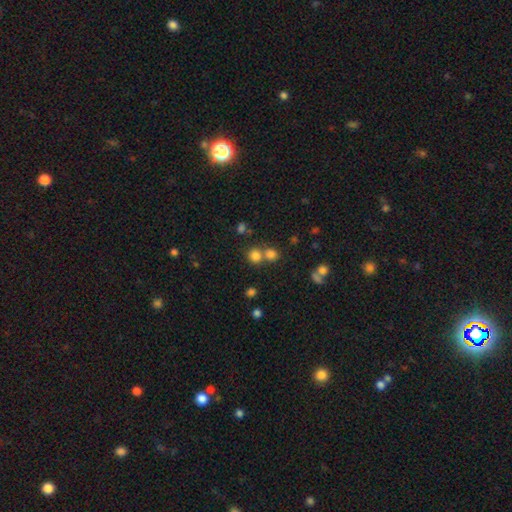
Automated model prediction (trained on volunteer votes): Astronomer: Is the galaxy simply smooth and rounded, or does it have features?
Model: smooth — 77%.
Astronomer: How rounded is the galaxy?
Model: round — 88%.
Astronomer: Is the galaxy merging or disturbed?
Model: none — 55% (runner-up: merger, 35%).